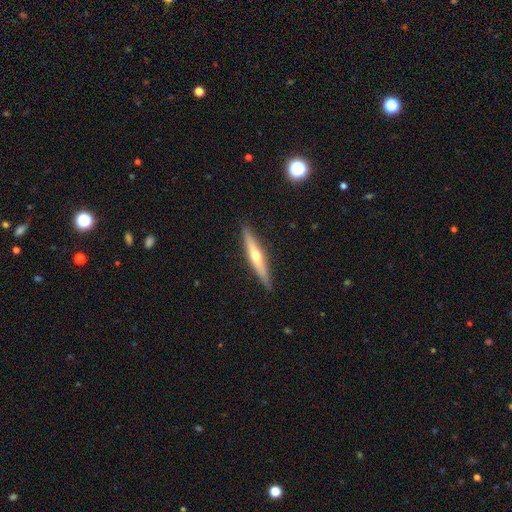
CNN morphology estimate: smooth_or_featured: featured or disk (p=0.59) [alt: smooth p=0.35]
disk_edge_on: yes (p=0.95) [alt: no p=0.05]
edge_on_bulge: rounded (p=0.84) [alt: none p=0.13]
merging: none (p=0.90) [alt: minor disturbance p=0.08]